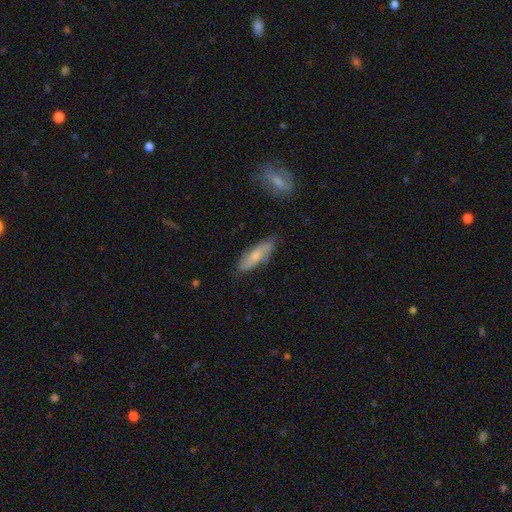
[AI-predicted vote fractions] smooth_or_featured: smooth (p=0.64) [alt: featured or disk p=0.30]
how_rounded: cigar-shaped (p=0.50) [alt: in between p=0.48]
merging: none (p=0.76) [alt: minor disturbance p=0.18]